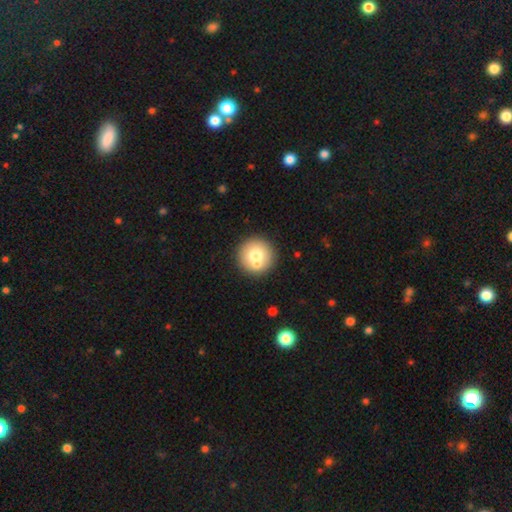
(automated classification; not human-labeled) Overall: smooth (70%). How rounded: round (96%). Merging: none (74%).